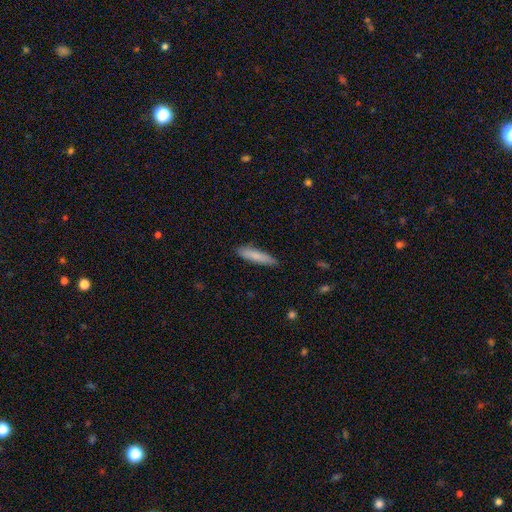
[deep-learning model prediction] Smooth or featured? Predicted: smooth (p=0.81). How rounded? Predicted: cigar-shaped (p=0.82). Merging? Predicted: none (p=0.84).